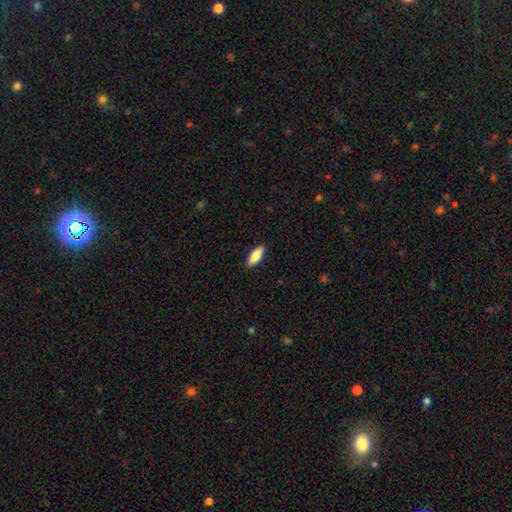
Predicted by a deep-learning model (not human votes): A smooth galaxy with no disk features (78%) that is in between round and cigar-shaped (75%).

Vote fractions:
- Smooth or featured? smooth: 78% / featured or disk: 16% / star or artifact: 6%
- How rounded? in between: 75% / cigar-shaped: 23% / round: 2%
- Merging? none: 89% / minor disturbance: 9% / major disturbance: 2% / merger: 1%